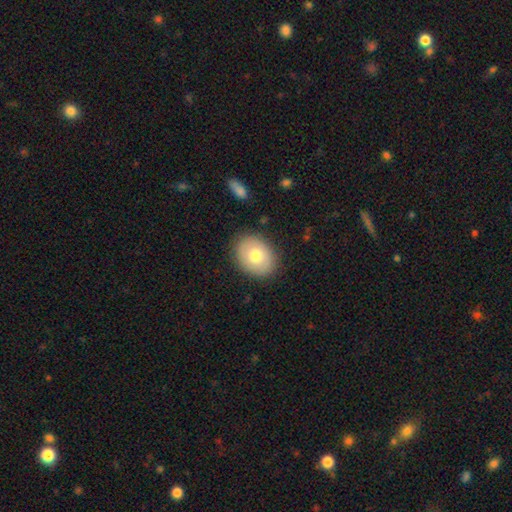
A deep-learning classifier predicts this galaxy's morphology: Smooth or featured? Predicted: smooth (p=0.73). How rounded? Predicted: in between (p=0.63). Merging? Predicted: none (p=0.86).